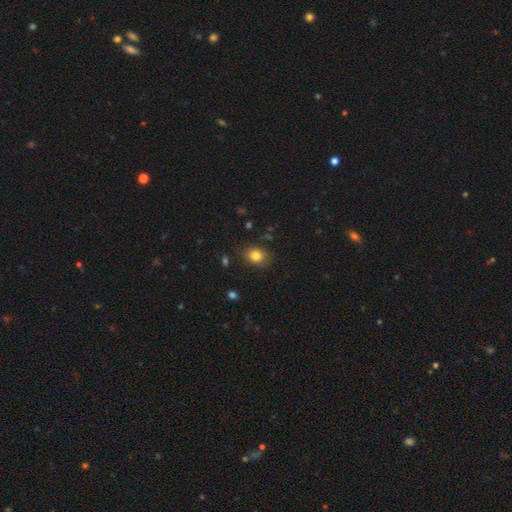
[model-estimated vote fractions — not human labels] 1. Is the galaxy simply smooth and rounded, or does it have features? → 83% smooth, 10% star or artifact, 7% featured or disk.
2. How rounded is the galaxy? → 52% round, 47% in between, 1% cigar-shaped.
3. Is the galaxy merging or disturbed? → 80% none, 14% minor disturbance, 4% major disturbance, 2% merger.